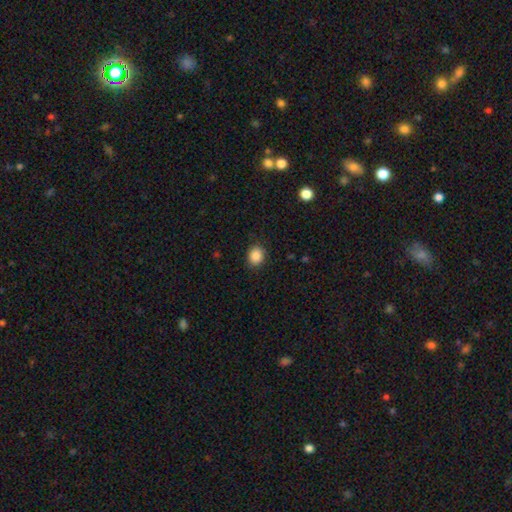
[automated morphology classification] type=smooth (88%); roundness=round (64%); merging=none (88%).